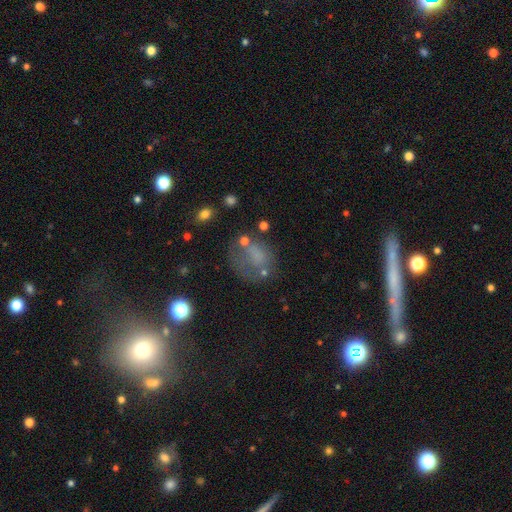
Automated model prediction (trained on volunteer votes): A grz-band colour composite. It shows a smooth galaxy with no disk features (54%) that is in between round and cigar-shaped (53%). Merging: none (42%).